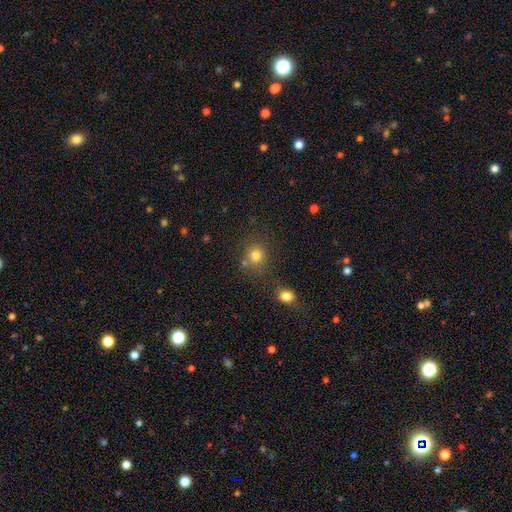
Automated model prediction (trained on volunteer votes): Morphology: type=smooth (78%); roundness=round (84%); merging=none (70%).